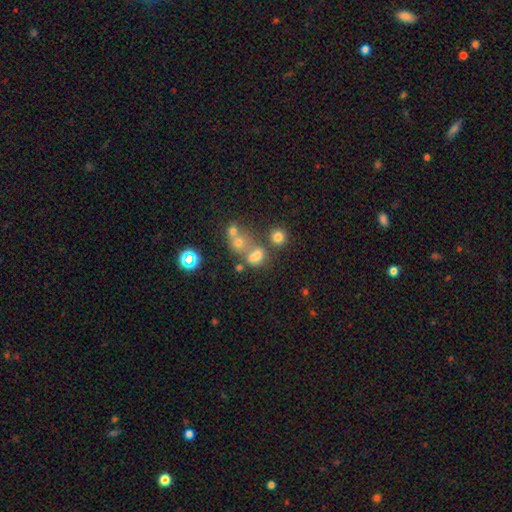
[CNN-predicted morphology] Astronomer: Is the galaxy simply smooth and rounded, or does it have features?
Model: smooth — 59%.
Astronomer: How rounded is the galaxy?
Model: round — 53% (runner-up: in between, 45%).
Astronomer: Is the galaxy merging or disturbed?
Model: none — 42% (runner-up: merger, 40%).